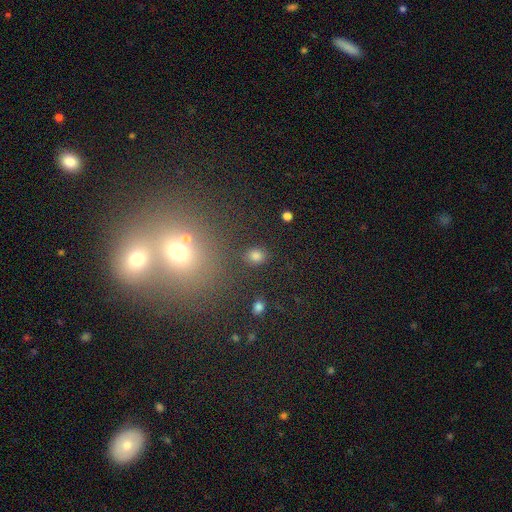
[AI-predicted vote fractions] A smooth galaxy with no disk features (81%) that is round (58%).

Vote fractions:
- Smooth or featured? smooth: 81% / star or artifact: 13% / featured or disk: 5%
- How rounded? round: 58% / in between: 41% / cigar-shaped: 1%
- Merging? none: 85% / minor disturbance: 9% / major disturbance: 3% / merger: 3%